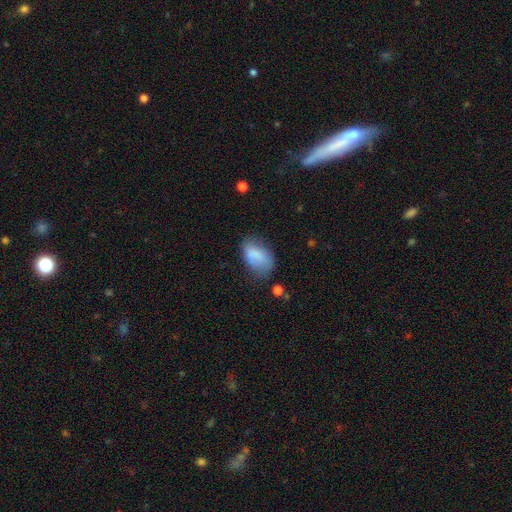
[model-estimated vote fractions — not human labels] Morphology: type=smooth (78%); roundness=in between (90%); merging=none (51%).